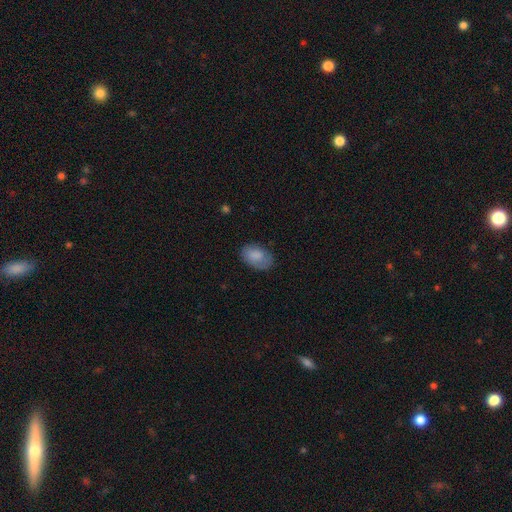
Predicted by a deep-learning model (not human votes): Morphology: type=smooth (84%); roundness=in between (89%); merging=none (73%).